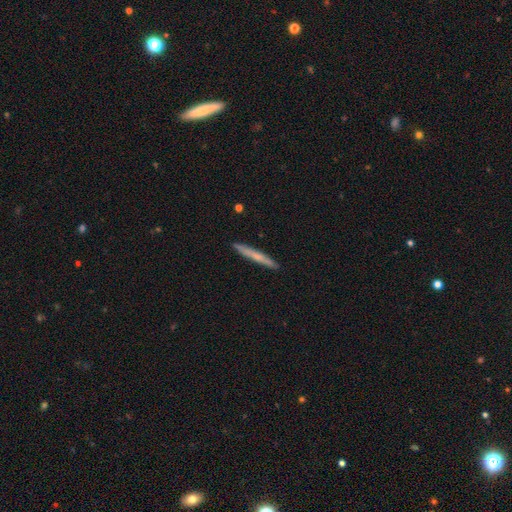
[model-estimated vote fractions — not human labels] Smooth or featured? Predicted: smooth (p=0.56). How rounded? Predicted: cigar-shaped (p=0.96). Merging? Predicted: none (p=0.92).